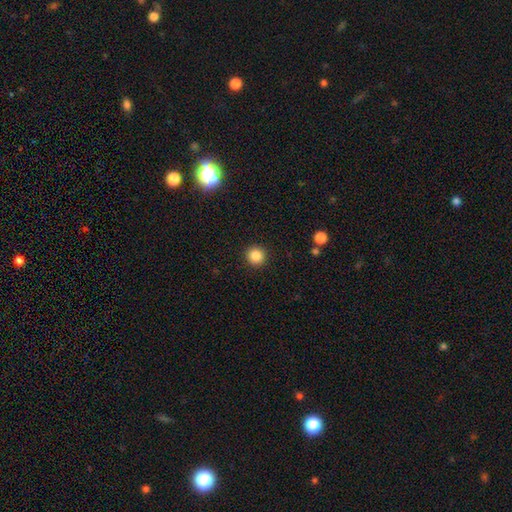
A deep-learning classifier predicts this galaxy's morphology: This appears to be a smooth galaxy with no disk features (86%) that is round (95%). Merging: none (92%).